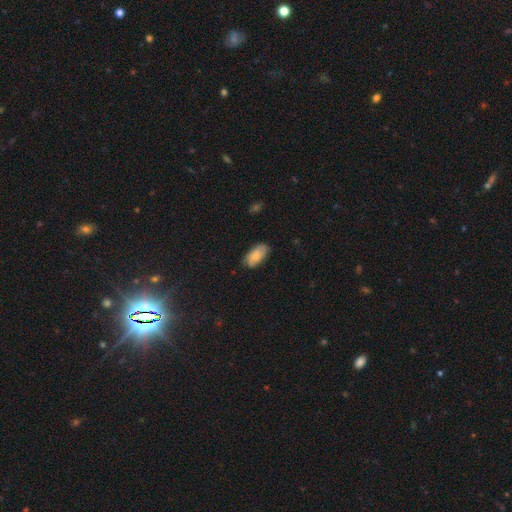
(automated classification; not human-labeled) A smooth galaxy with no disk features (71%) that is in between round and cigar-shaped (93%). Merging: none (73%).